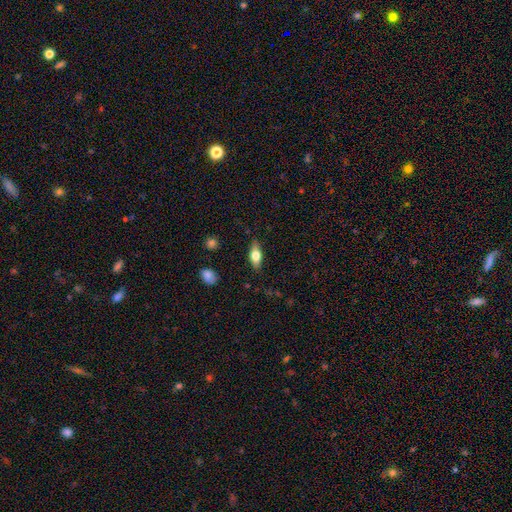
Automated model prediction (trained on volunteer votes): smooth-or-featured: smooth: 64% | featured or disk: 29% | star or artifact: 7%
  how-rounded: in between: 77% | cigar-shaped: 19% | round: 4%
  merging: none: 84% | minor disturbance: 12% | major disturbance: 3% | merger: 1%